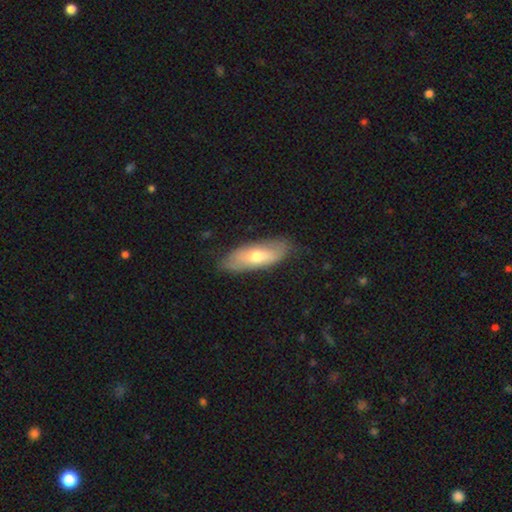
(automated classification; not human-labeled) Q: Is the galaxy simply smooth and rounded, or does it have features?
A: smooth — 59%.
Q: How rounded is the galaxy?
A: in between — 71%.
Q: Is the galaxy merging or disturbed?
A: none — 73%.